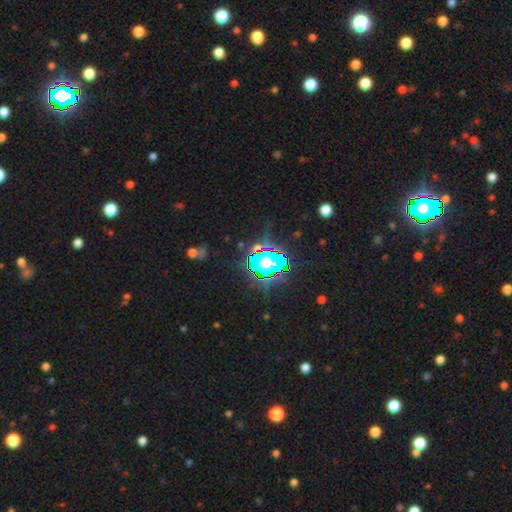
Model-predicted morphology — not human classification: Smooth or featured? Predicted: star or artifact (p=0.77).